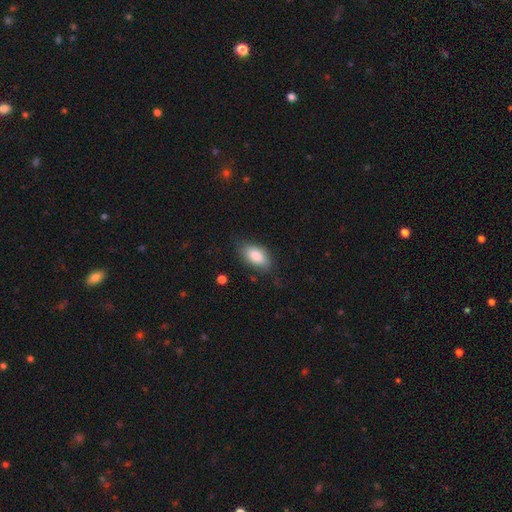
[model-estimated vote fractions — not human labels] Smooth or featured?
  - smooth: 84% *
  - featured or disk: 9%
  - star or artifact: 7%
How rounded?
  - in between: 92% *
  - round: 5%
  - cigar-shaped: 4%
Merging?
  - none: 73% *
  - minor disturbance: 20%
  - major disturbance: 5%
  - merger: 2%